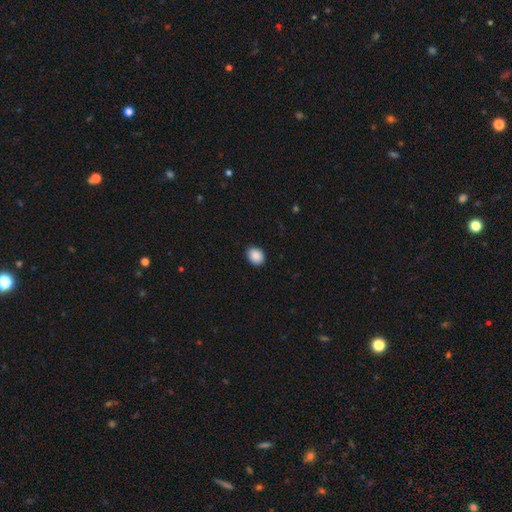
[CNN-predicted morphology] A smooth galaxy with no disk features (90%) that is in between round and cigar-shaped (53%). Merging: none (90%).